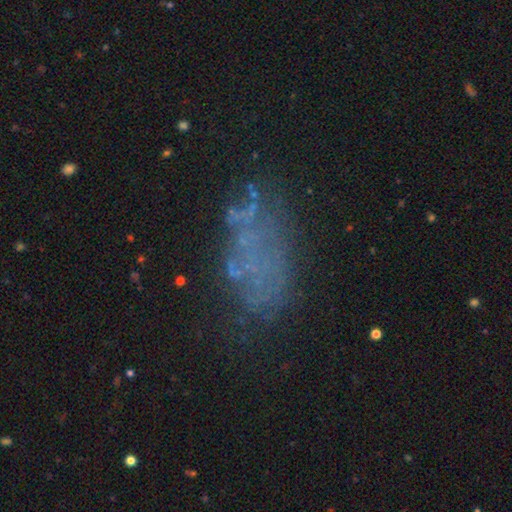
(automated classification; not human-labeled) featured or disk 36%, smooth 33%, star or artifact 30%. Down the decision tree: merging — none (60%).